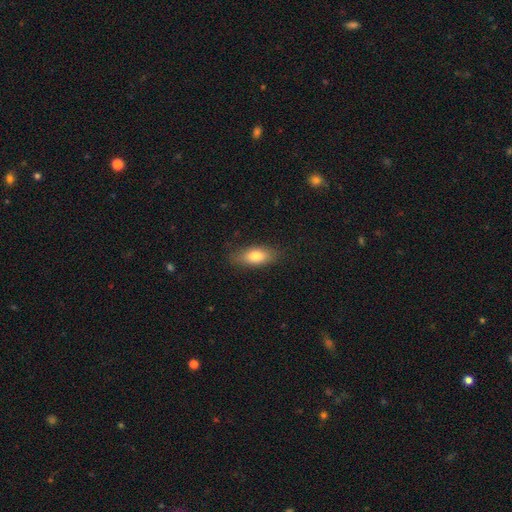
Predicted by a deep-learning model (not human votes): Morphology: type=smooth (77%); roundness=in between (81%); merging=none (83%).